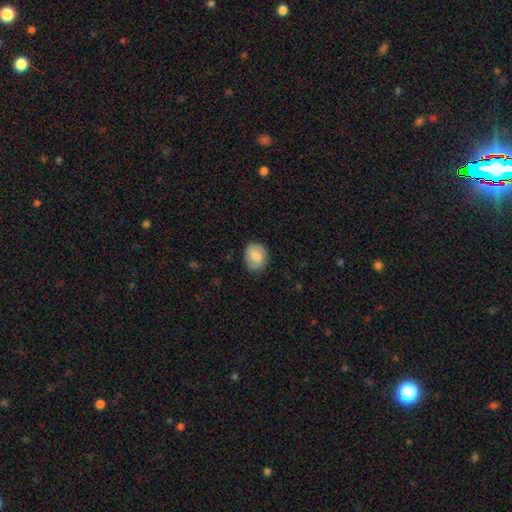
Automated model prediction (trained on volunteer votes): A smooth galaxy with no disk features (81%) that is round (54%).

Vote fractions:
- Smooth or featured? smooth: 81% / featured or disk: 12% / star or artifact: 7%
- How rounded? round: 54% / in between: 45% / cigar-shaped: 1%
- Merging? none: 83% / minor disturbance: 13% / major disturbance: 3% / merger: 1%